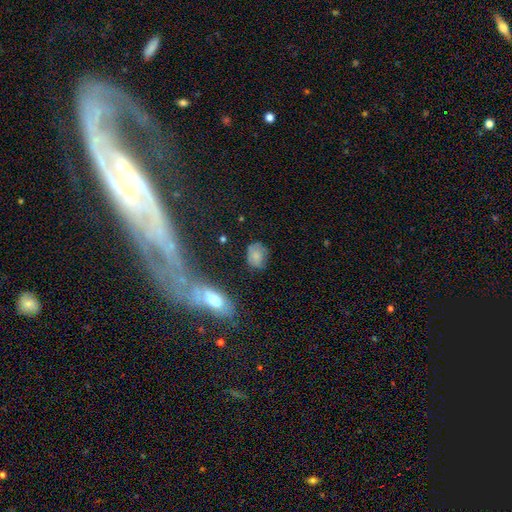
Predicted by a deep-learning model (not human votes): Smooth or featured? Predicted: smooth (p=0.73). How rounded? Predicted: in between (p=0.60). Merging? Predicted: none (p=0.63).